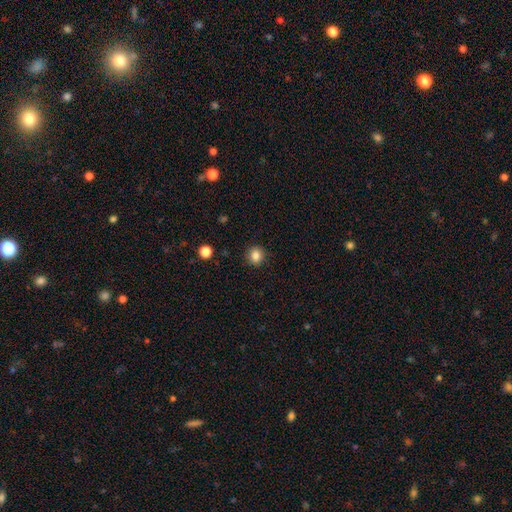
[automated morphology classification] Q: Smooth or featured?
A: smooth (84%); runner-up: star or artifact (11%)
Q: How rounded?
A: round (83%); runner-up: in between (16%)
Q: Merging?
A: none (89%); runner-up: minor disturbance (7%)